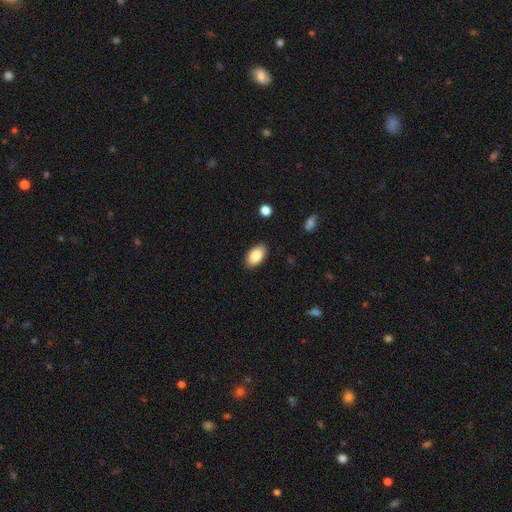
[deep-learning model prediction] This is clearly a smooth galaxy (86%). How rounded: clearly in between (94%). Merging: clearly none (88%).